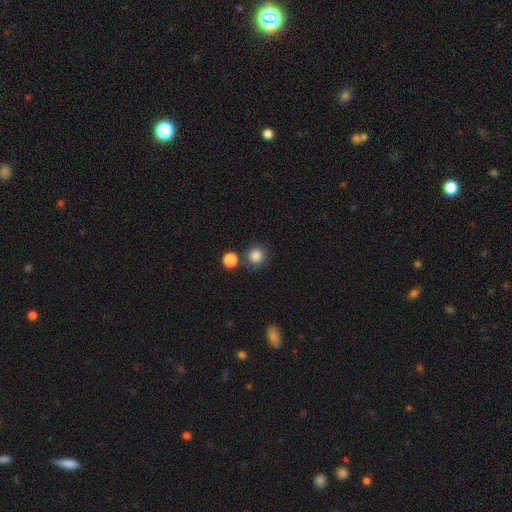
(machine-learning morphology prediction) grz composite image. It shows a smooth galaxy with no disk features (84%) that is round (92%). Merging: none (74%).